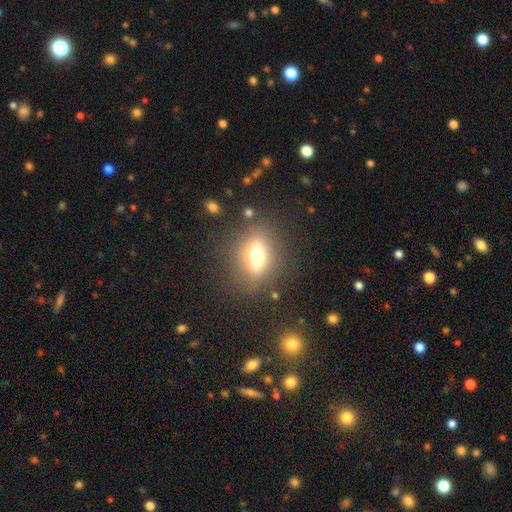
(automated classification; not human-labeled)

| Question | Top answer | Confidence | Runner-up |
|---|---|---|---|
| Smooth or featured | smooth | 53% | featured or disk (33%) |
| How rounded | in between | 60% | round (29%) |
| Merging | none | 80% | minor disturbance (11%) |